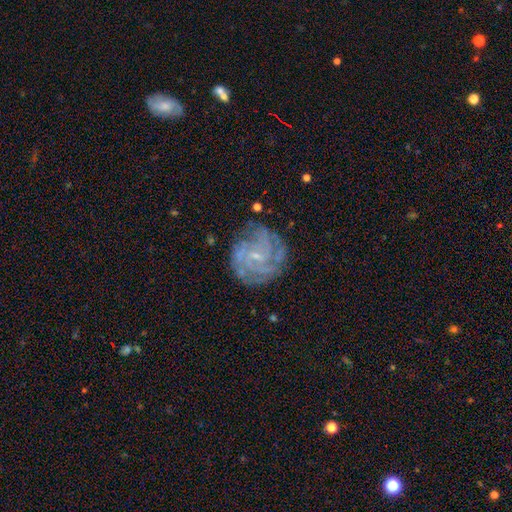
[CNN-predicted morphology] Smooth or featured?
  - featured or disk: 80% *
  - star or artifact: 10%
  - smooth: 9%
Edge-on disk?
  - no: 98% *
  - yes: 2%
Bar?
  - no: 48% *
  - weak: 41%
  - strong: 11%
Spiral arms?
  - yes: 95% *
  - no: 5%
Spiral winding?
  - tight: 65% *
  - medium: 29%
  - loose: 6%
Spiral arm count?
  - can't tell: 26% *
  - 4: 24%
  - 3: 21%
  - 2: 13%
  - more than 4: 9%
  - 1: 7%
Bulge size?
  - small: 77% *
  - moderate: 15%
  - none: 7%
  - large: 1%
  - dominant: 1%
Merging?
  - none: 78% *
  - minor disturbance: 14%
  - major disturbance: 6%
  - merger: 2%